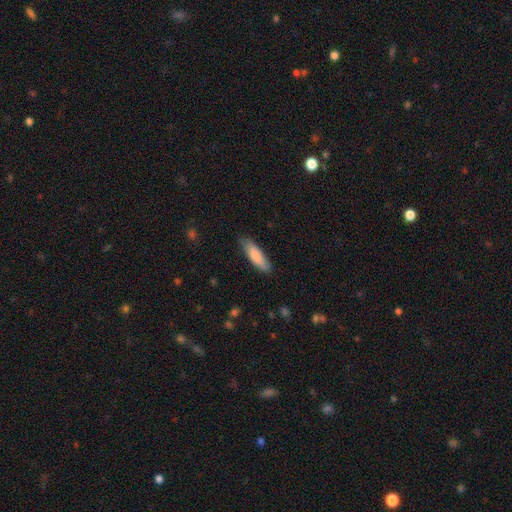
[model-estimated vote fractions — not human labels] smooth-or-featured: smooth: 83% | featured or disk: 12% | star or artifact: 5%
  how-rounded: cigar-shaped: 60% | in between: 38% | round: 1%
  merging: none: 79% | minor disturbance: 17% | major disturbance: 3% | merger: 1%